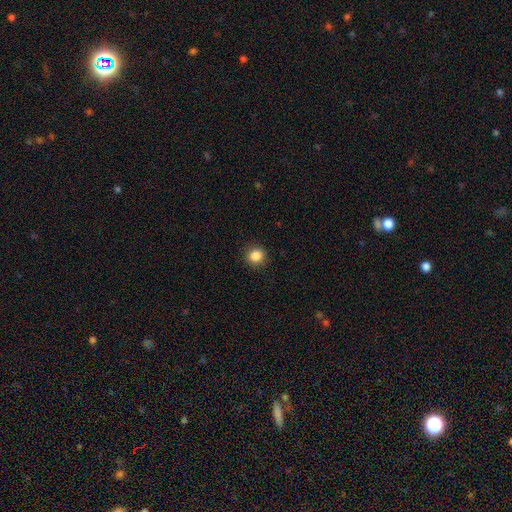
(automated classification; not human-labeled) smooth-or-featured: smooth: 86% | star or artifact: 10% | featured or disk: 4%
  how-rounded: round: 89% | in between: 10% | cigar-shaped: 1%
  merging: none: 90% | minor disturbance: 7% | major disturbance: 2% | merger: 1%